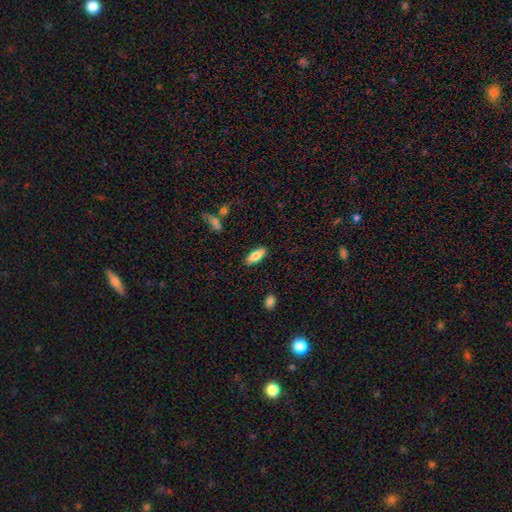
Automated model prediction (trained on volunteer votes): smooth 77%, featured or disk 16%, star or artifact 6%. Down the decision tree: how rounded — in between (75%); merging — none (87%).